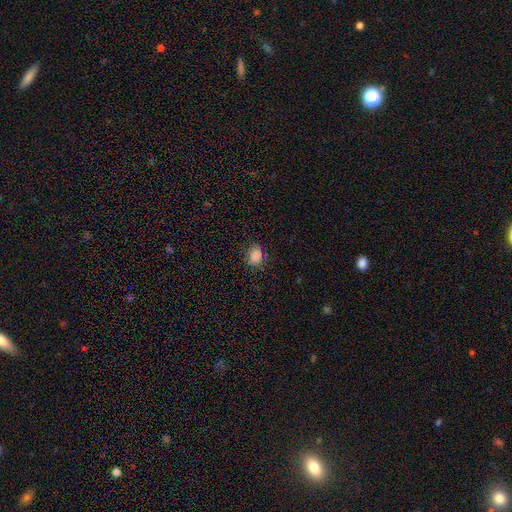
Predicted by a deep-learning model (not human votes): smooth-or-featured: smooth: 86% | star or artifact: 10% | featured or disk: 4%
  how-rounded: in between: 70% | round: 28% | cigar-shaped: 1%
  merging: none: 80% | minor disturbance: 15% | major disturbance: 4% | merger: 1%